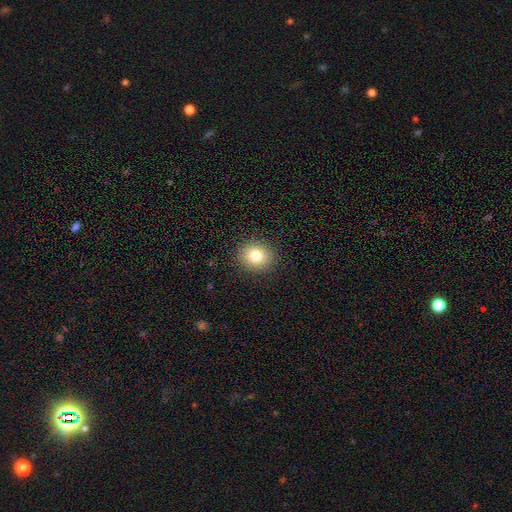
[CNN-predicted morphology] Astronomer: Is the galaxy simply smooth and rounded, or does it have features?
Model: smooth — 80%.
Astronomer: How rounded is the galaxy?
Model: round — 76%.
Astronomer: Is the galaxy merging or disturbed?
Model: none — 90%.